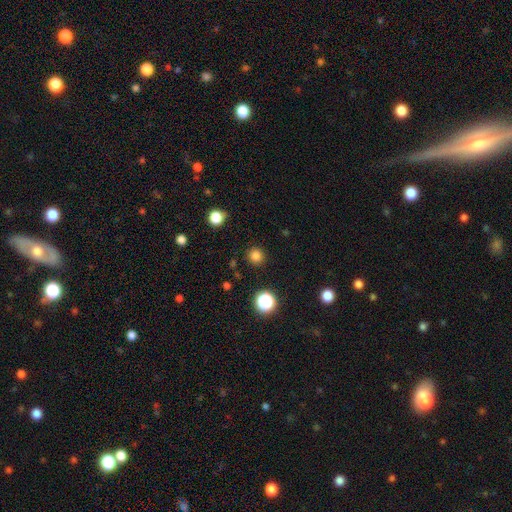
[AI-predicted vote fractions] smooth_or_featured: smooth (p=0.81) [alt: star or artifact p=0.15]
how_rounded: round (p=0.94) [alt: in between p=0.05]
merging: none (p=0.91) [alt: minor disturbance p=0.06]